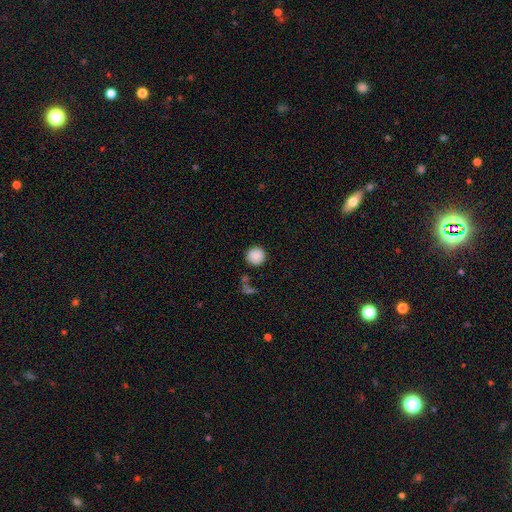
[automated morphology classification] Smooth or featured? Predicted: smooth (p=0.88). How rounded? Predicted: round (p=0.95). Merging? Predicted: none (p=0.85).